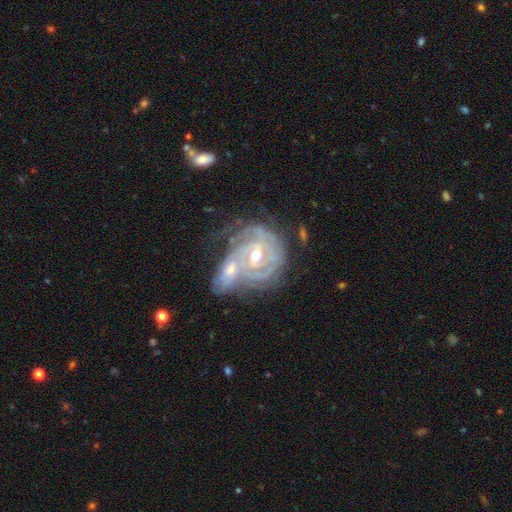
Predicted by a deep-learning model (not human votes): smooth_or_featured: featured or disk (p=0.89) [alt: smooth p=0.06]
disk_edge_on: no (p=0.97) [alt: yes p=0.03]
bar: no (p=0.46) [alt: weak p=0.38]
has_spiral_arms: yes (p=0.96) [alt: no p=0.04]
spiral_winding: tight (p=0.80) [alt: medium p=0.17]
spiral_arm_count: can't tell (p=0.32) [alt: 2 p=0.24]
bulge_size: moderate (p=0.53) [alt: small p=0.44]
merging: merger (p=0.47) [alt: none p=0.31]